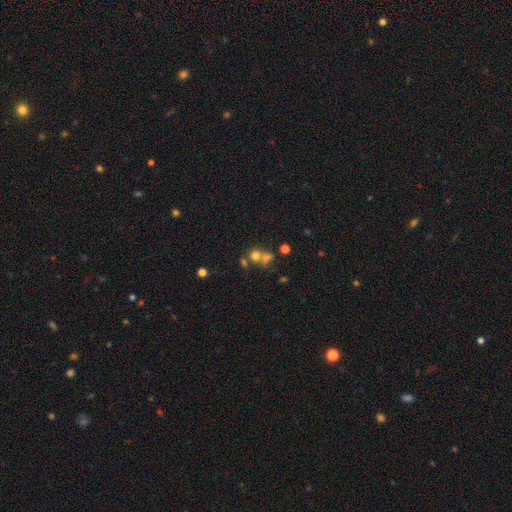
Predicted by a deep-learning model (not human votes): smooth 66%, star or artifact 19%, featured or disk 15%. Down the decision tree: how rounded — round (74%); merging — merger (47%).